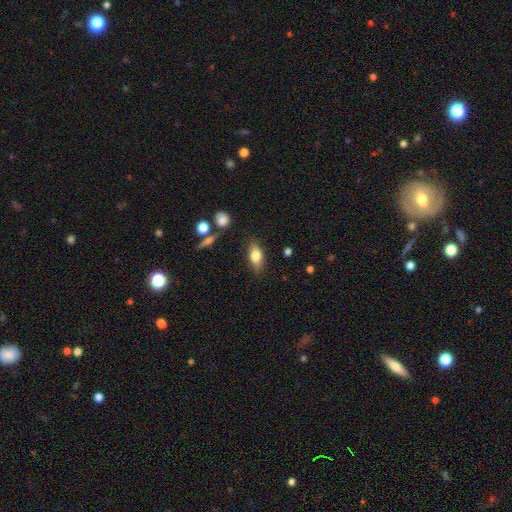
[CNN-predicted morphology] The model was most divided on "smooth or featured": smooth: 74%, featured or disk: 18%, star or artifact: 8%. More confident: merging — none (81%); how rounded — in between (80%).